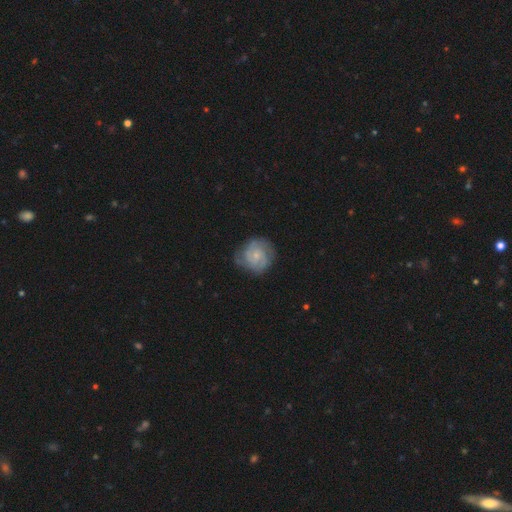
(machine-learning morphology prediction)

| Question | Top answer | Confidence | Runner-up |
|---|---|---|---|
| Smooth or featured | featured or disk | 78% | smooth (17%) |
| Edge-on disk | no | 98% | yes (2%) |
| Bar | no | 70% | weak (26%) |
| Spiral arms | yes | 95% | no (5%) |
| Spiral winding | tight | 61% | medium (32%) |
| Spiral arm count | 2 | 45% | 3 (22%) |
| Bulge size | small | 69% | moderate (24%) |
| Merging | none | 72% | minor disturbance (20%) |